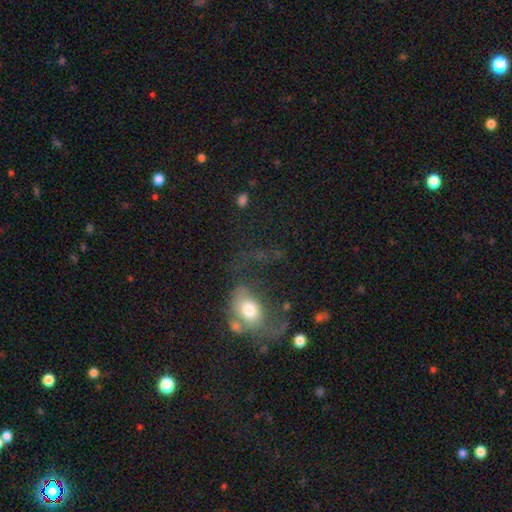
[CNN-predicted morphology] Smooth or featured? smooth (50%)
How rounded? in between (51%)
Merging? major disturbance (47%)